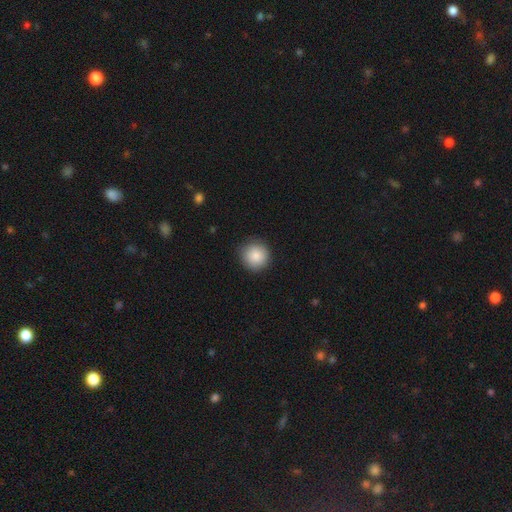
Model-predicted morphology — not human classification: A smooth galaxy with no disk features (86%) that is round (94%). Merging: none (87%).